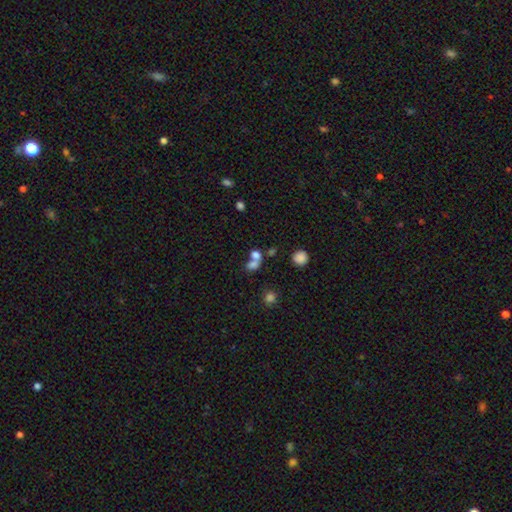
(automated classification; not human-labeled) smooth-or-featured: smooth: 68% | star or artifact: 19% | featured or disk: 13%
  how-rounded: round: 56% | in between: 42% | cigar-shaped: 2%
  merging: merger: 57% | none: 30% | minor disturbance: 7% | major disturbance: 6%